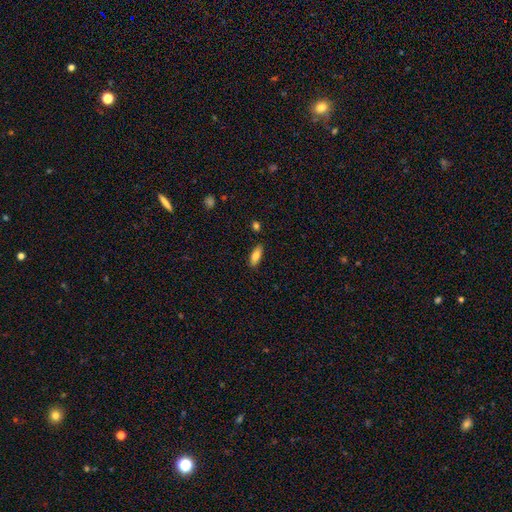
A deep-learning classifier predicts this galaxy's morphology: smooth 80%, featured or disk 13%, star or artifact 7%. Down the decision tree: how rounded — in between (69%); merging — none (86%).